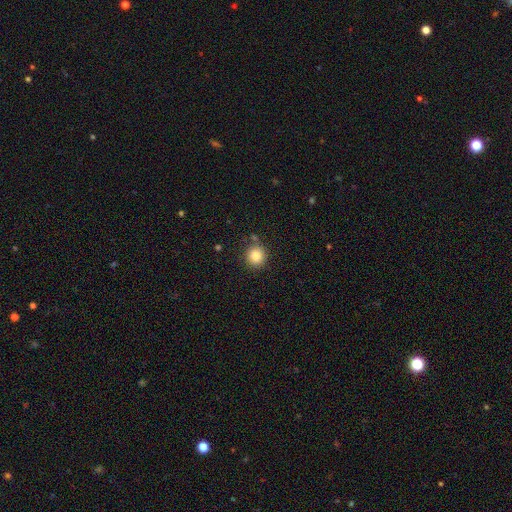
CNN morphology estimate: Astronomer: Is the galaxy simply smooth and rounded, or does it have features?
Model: smooth — 84%.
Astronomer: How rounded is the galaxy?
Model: round — 91%.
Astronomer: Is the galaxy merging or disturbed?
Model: none — 84%.